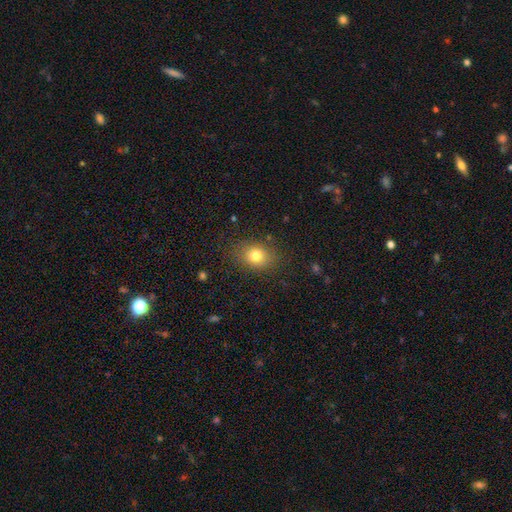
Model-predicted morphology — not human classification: A smooth galaxy with no disk features (79%) that is in between round and cigar-shaped (54%).

Vote fractions:
- Smooth or featured? smooth: 79% / star or artifact: 12% / featured or disk: 10%
- How rounded? in between: 54% / round: 45% / cigar-shaped: 1%
- Merging? none: 84% / minor disturbance: 11% / major disturbance: 4% / merger: 1%